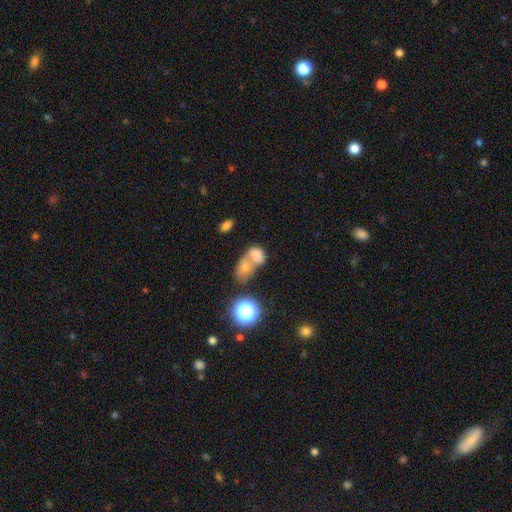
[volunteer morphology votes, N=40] Volunteers were most divided on "merging": merger: 78%, none: 14%, major disturbance: 6%, minor disturbance: 3%. More confident: how rounded — in between (87%); smooth or featured — smooth (78%).